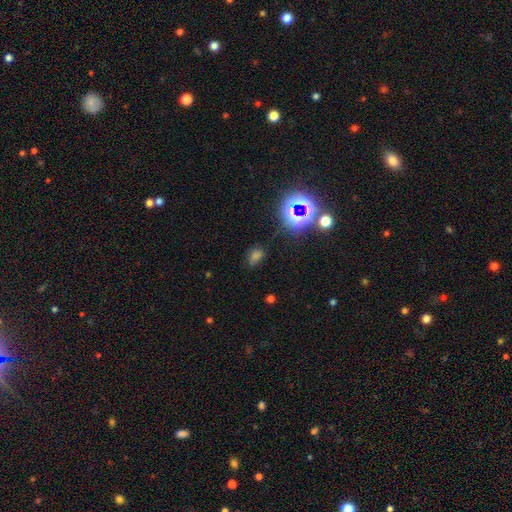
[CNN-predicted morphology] This is possibly a smooth galaxy (45%, tied with star or artifact). Merging: likely none (74%).